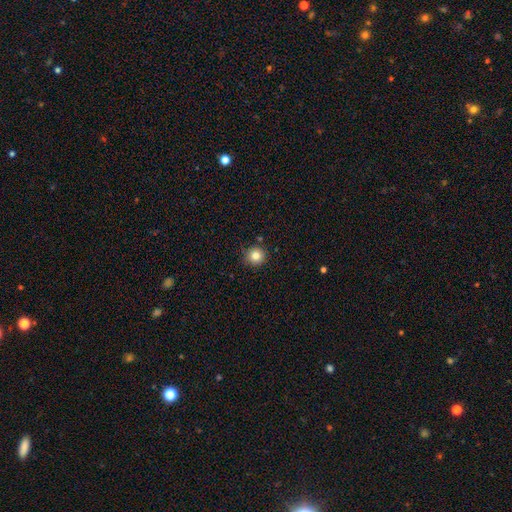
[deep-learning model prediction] A smooth galaxy with no disk features (82%) that is round (94%).

Vote fractions:
- Smooth or featured? smooth: 82% / star or artifact: 12% / featured or disk: 7%
- How rounded? round: 94% / in between: 5% / cigar-shaped: 1%
- Merging? none: 86% / minor disturbance: 9% / merger: 3% / major disturbance: 2%